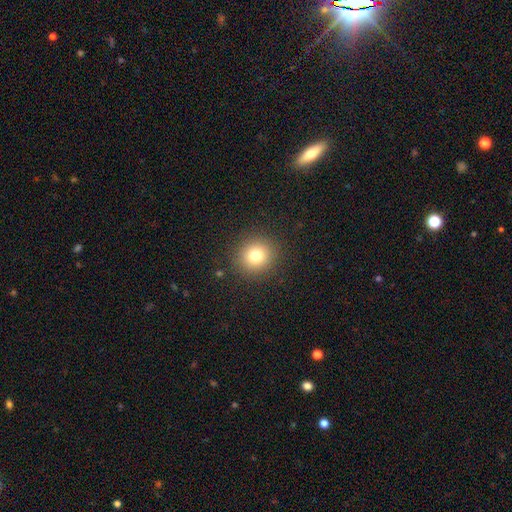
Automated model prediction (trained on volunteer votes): smooth-or-featured: smooth: 78% | star or artifact: 14% | featured or disk: 9%
  how-rounded: round: 89% | in between: 10% | cigar-shaped: 1%
  merging: none: 90% | minor disturbance: 6% | major disturbance: 3% | merger: 1%